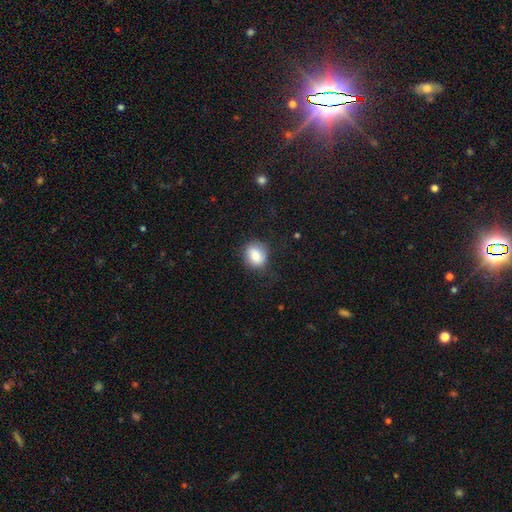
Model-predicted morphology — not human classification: smooth_or_featured: smooth (p=0.79) [alt: featured or disk p=0.13]
how_rounded: round (p=0.60) [alt: in between p=0.39]
merging: none (p=0.75) [alt: minor disturbance p=0.18]